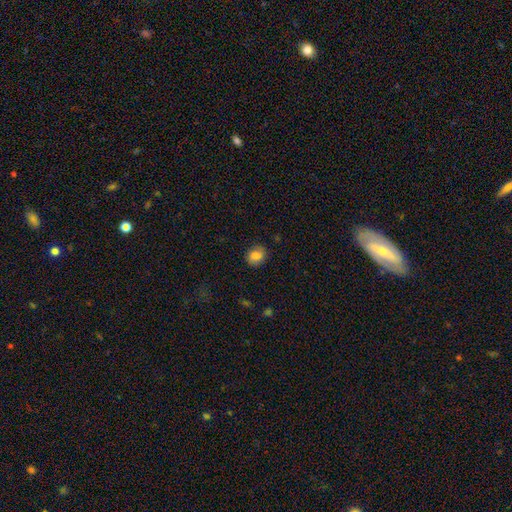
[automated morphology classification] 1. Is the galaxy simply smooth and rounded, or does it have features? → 81% smooth, 10% featured or disk, 9% star or artifact.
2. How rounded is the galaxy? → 63% round, 36% in between, 1% cigar-shaped.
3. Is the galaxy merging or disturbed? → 85% none, 11% minor disturbance, 3% major disturbance, 1% merger.